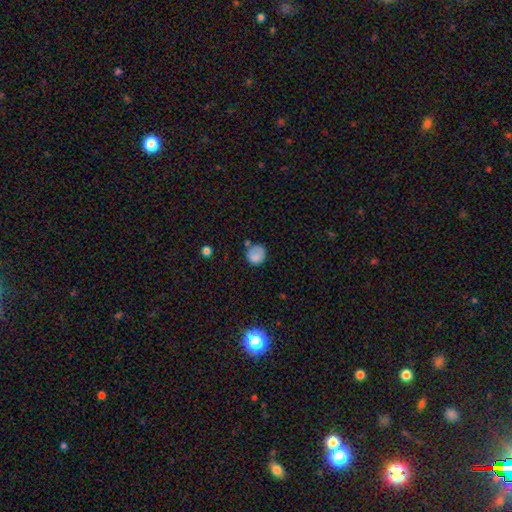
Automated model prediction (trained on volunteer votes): A smooth galaxy with no disk features (80%) that is round (82%). Merging: none (63%).